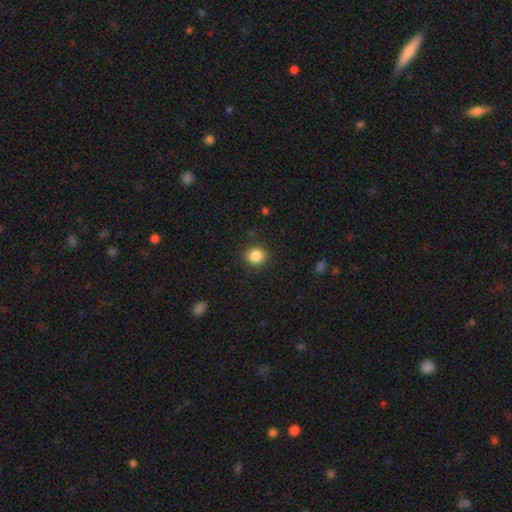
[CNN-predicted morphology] Smooth or featured? Predicted: smooth (p=0.86). How rounded? Predicted: round (p=0.86). Merging? Predicted: none (p=0.89).